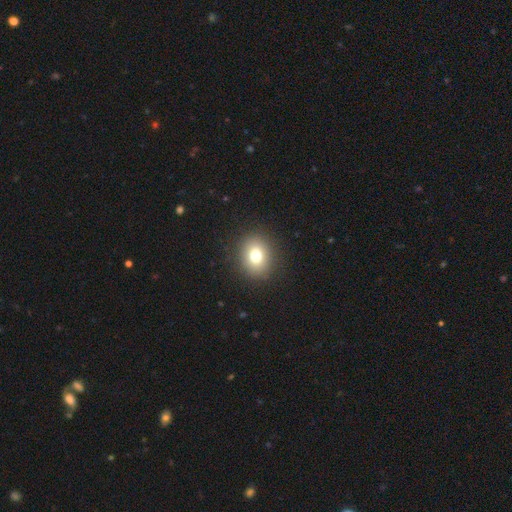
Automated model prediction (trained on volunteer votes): Overall: smooth (78%). How rounded: round (67%; in between 32%). Merging: none (90%).